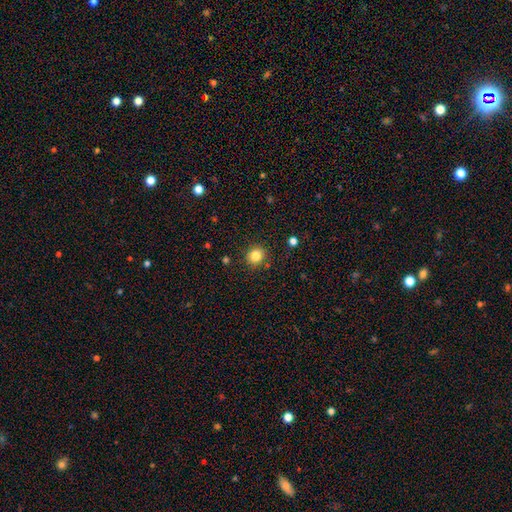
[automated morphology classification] This is clearly a smooth galaxy (83%). How rounded: clearly round (89%). Merging: clearly none (88%).